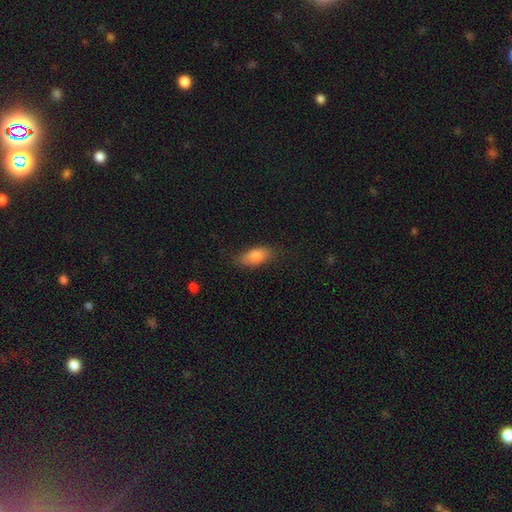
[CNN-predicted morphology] Smooth or featured?
  - smooth: 80% *
  - featured or disk: 11%
  - star or artifact: 9%
How rounded?
  - in between: 82% *
  - cigar-shaped: 13%
  - round: 4%
Merging?
  - none: 78% *
  - minor disturbance: 16%
  - major disturbance: 4%
  - merger: 1%